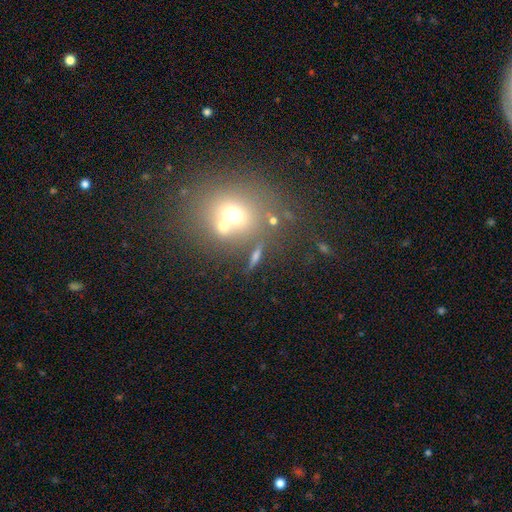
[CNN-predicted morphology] smooth_or_featured: smooth (p=0.52) [alt: featured or disk p=0.30]
how_rounded: cigar-shaped (p=0.43) [alt: in between p=0.29]
merging: none (p=0.70) [alt: merger p=0.14]